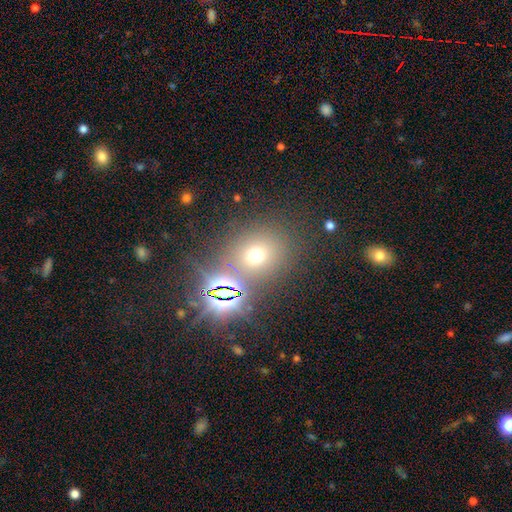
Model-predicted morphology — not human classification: Smooth or featured? smooth (53%)
How rounded? round (73%)
Merging? none (74%)